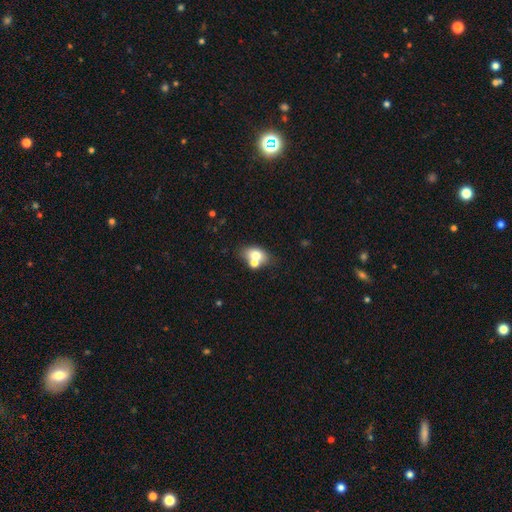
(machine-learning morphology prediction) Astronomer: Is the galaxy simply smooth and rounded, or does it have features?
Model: smooth — 69%.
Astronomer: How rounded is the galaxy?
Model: in between — 73%.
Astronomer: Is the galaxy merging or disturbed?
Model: none — 48% (runner-up: merger, 37%).